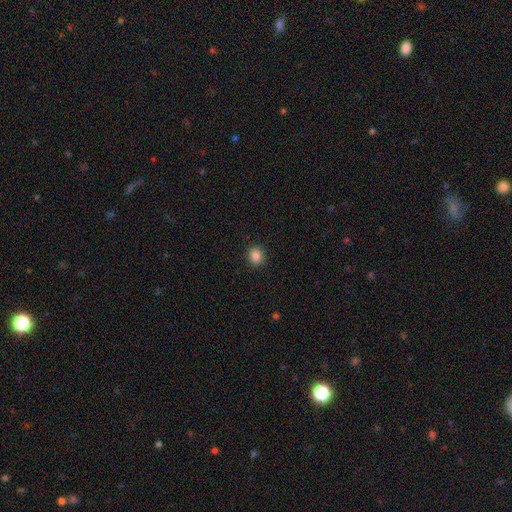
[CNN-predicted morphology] This appears to be a smooth galaxy with no disk features (85%) that is round (71%). Merging: none (91%).